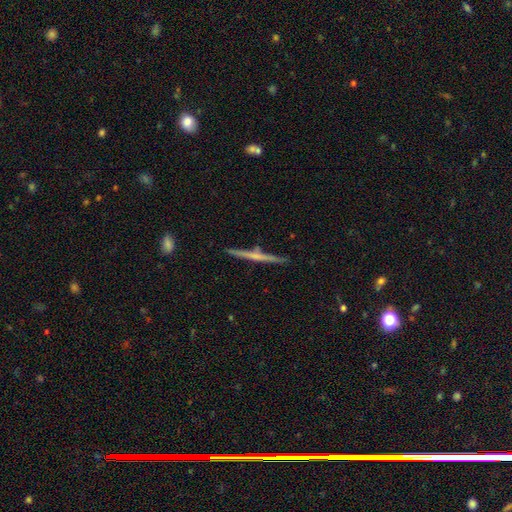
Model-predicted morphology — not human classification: smooth-or-featured: featured or disk: 66% | smooth: 28% | star or artifact: 6%
  disk-edge-on: yes: 98% | no: 2%
    edge-on-bulge: none: 52% | rounded: 40% | boxy: 9%
  merging: none: 89% | minor disturbance: 8% | merger: 2% | major disturbance: 2%